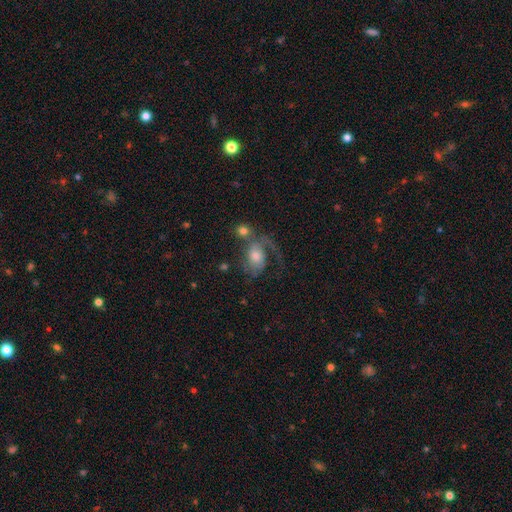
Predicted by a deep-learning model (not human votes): Q: Smooth or featured?
A: featured or disk (66%); runner-up: smooth (24%)
Q: Edge-on disk?
A: no (97%); runner-up: yes (3%)
Q: Bar?
A: no (64%); runner-up: weak (29%)
Q: Spiral arms?
A: yes (88%); runner-up: no (12%)
Q: Spiral winding?
A: loose (49%); runner-up: medium (37%)
Q: Spiral arm count?
A: 1 (59%); runner-up: 2 (32%)
Q: Bulge size?
A: moderate (54%); runner-up: small (25%)
Q: Merging?
A: none (34%); runner-up: major disturbance (32%)